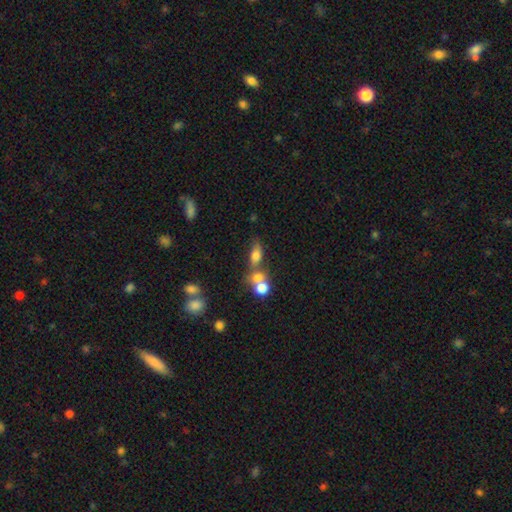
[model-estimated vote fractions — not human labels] smooth 71%, featured or disk 16%, star or artifact 13%. Down the decision tree: how rounded — in between (70%); merging — none (39%, tied with merger).